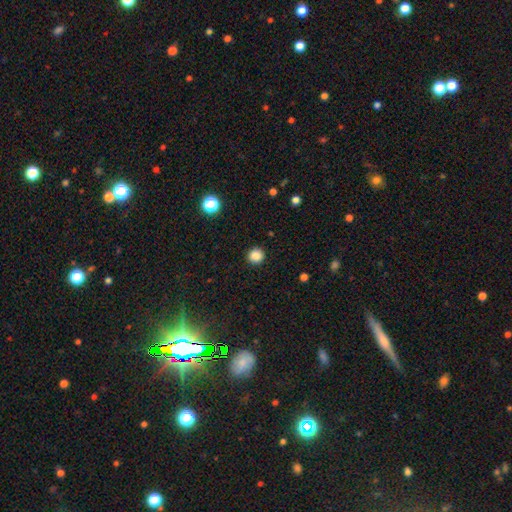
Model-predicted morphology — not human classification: type=smooth (86%); roundness=round (93%); merging=none (92%).